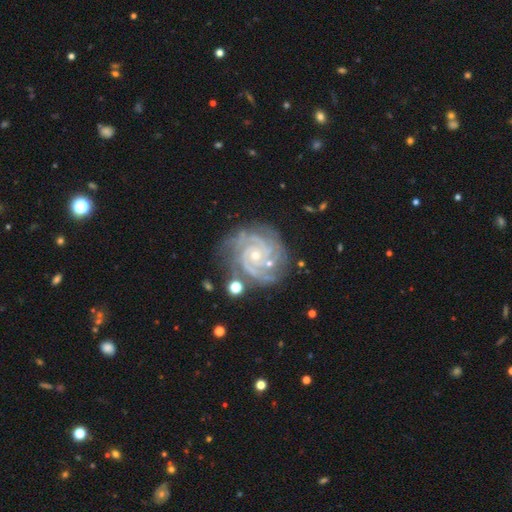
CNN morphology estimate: A featured or disk galaxy (92%) with no bar (74%), 3 (34%) tight (75%) spiral arms (99%) and a small central bulge (73%).

Vote fractions:
- Smooth or featured? featured or disk: 92% / star or artifact: 5% / smooth: 3%
- Edge-on disk? no: 98% / yes: 2%
- Bar? no: 74% / weak: 19% / strong: 7%
- Spiral arms? yes: 99% / no: 1%
- Spiral winding? tight: 75% / medium: 22% / loose: 2%
- Spiral arm count? 3: 34% / 4: 25% / 2: 17% / can't tell: 10% / more than 4: 8% / 1: 6%
- Bulge size? small: 73% / moderate: 23% / none: 2% / large: 1% / dominant: 1%
- Merging? none: 73% / minor disturbance: 17% / major disturbance: 6% / merger: 4%